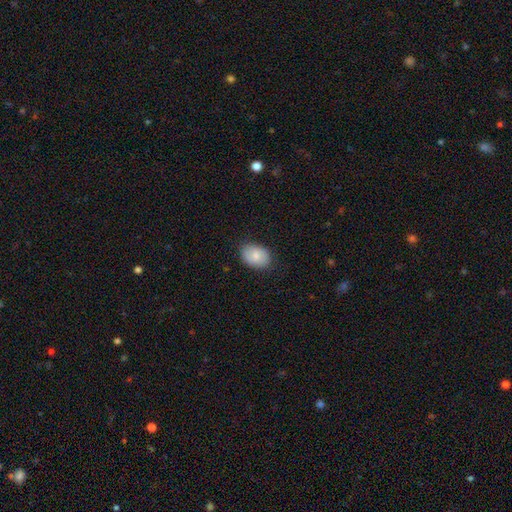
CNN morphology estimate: Overall: smooth (78%). How rounded: in between (76%). Merging: none (83%).